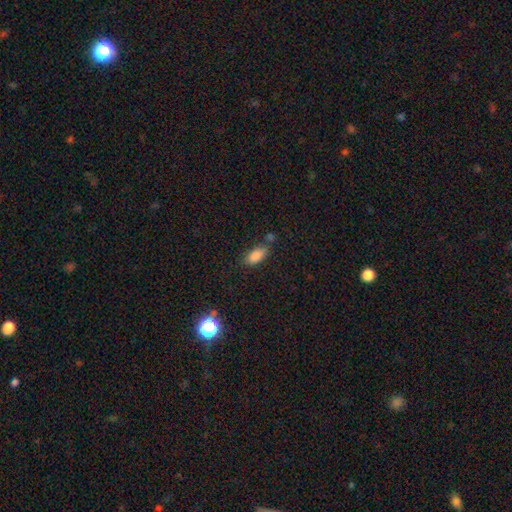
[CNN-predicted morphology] A smooth galaxy with no disk features (84%) that is in between round and cigar-shaped (86%).

Vote fractions:
- Smooth or featured? smooth: 84% / star or artifact: 10% / featured or disk: 6%
- How rounded? in between: 86% / cigar-shaped: 11% / round: 3%
- Merging? none: 67% / minor disturbance: 18% / merger: 10% / major disturbance: 5%